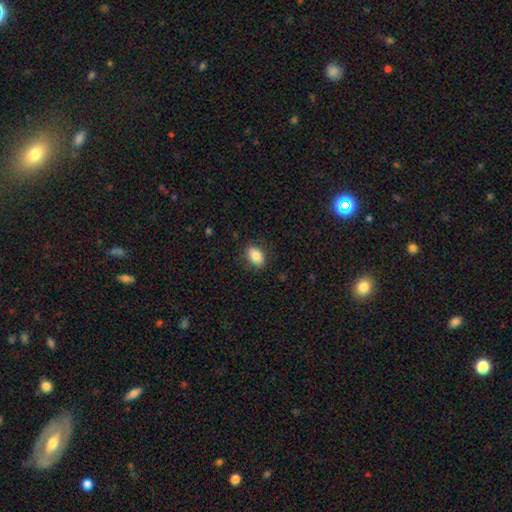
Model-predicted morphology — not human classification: Smooth or featured? smooth (83%)
How rounded? in between (79%)
Merging? none (84%)